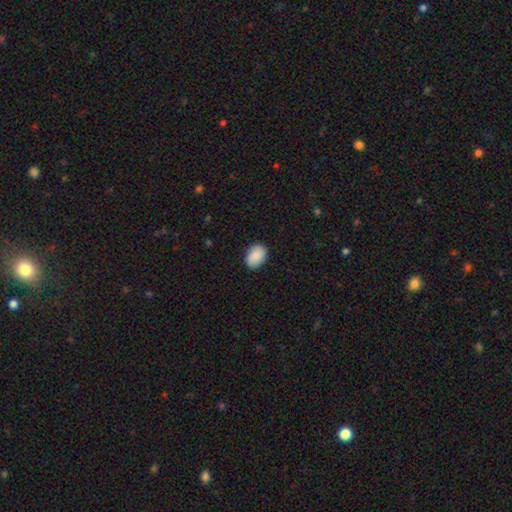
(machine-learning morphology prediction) smooth_or_featured: smooth (p=0.86) [alt: featured or disk p=0.08]
how_rounded: in between (p=0.81) [alt: round p=0.18]
merging: none (p=0.84) [alt: minor disturbance p=0.13]